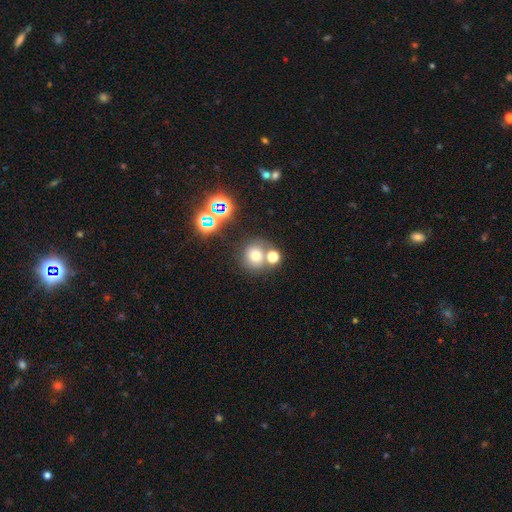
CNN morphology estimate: A smooth galaxy with no disk features (66%) that is round (88%).

Vote fractions:
- Smooth or featured? smooth: 66% / star or artifact: 22% / featured or disk: 12%
- How rounded? round: 88% / in between: 11% / cigar-shaped: 1%
- Merging? none: 59% / merger: 27% / minor disturbance: 10% / major disturbance: 5%